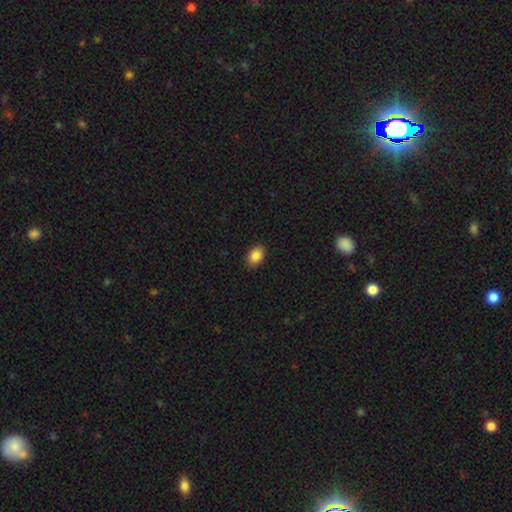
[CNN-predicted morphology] Smooth or featured? smooth (87%)
How rounded? in between (82%)
Merging? none (89%)